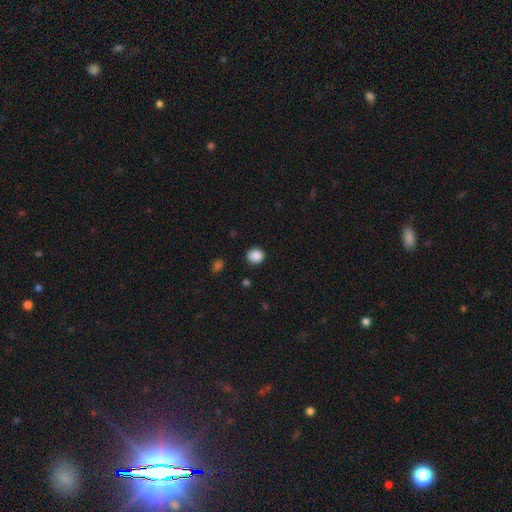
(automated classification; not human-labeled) Smooth or featured? Predicted: smooth (p=0.88). How rounded? Predicted: round (p=0.82). Merging? Predicted: none (p=0.88).